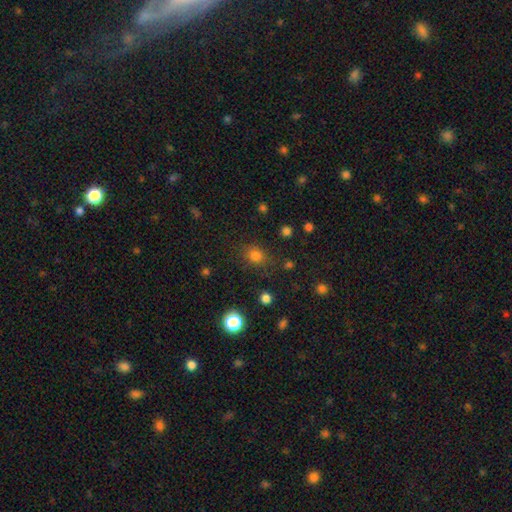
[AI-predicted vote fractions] A smooth galaxy with no disk features (78%) that is round (72%). Merging: none (78%).